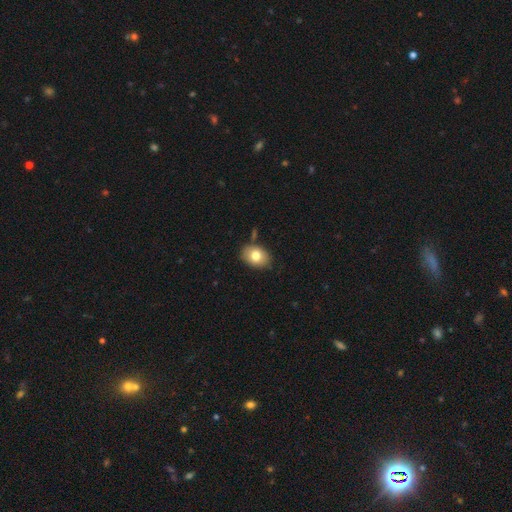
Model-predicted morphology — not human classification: Smooth or featured? smooth (78%)
How rounded? in between (74%)
Merging? none (80%)